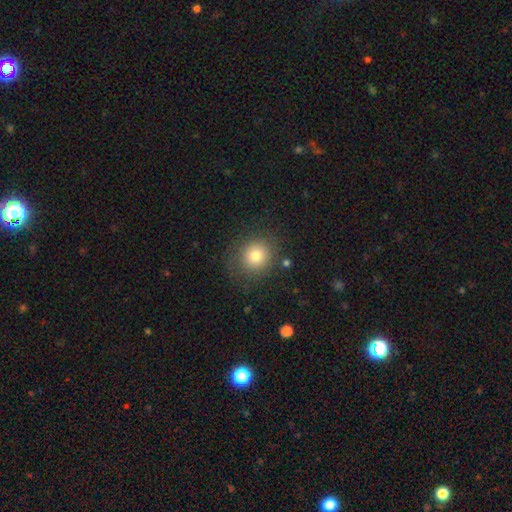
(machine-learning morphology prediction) Smooth or featured?
  - smooth: 78% *
  - star or artifact: 12%
  - featured or disk: 10%
How rounded?
  - round: 86% *
  - in between: 13%
  - cigar-shaped: 1%
Merging?
  - none: 83% *
  - minor disturbance: 10%
  - major disturbance: 5%
  - merger: 2%